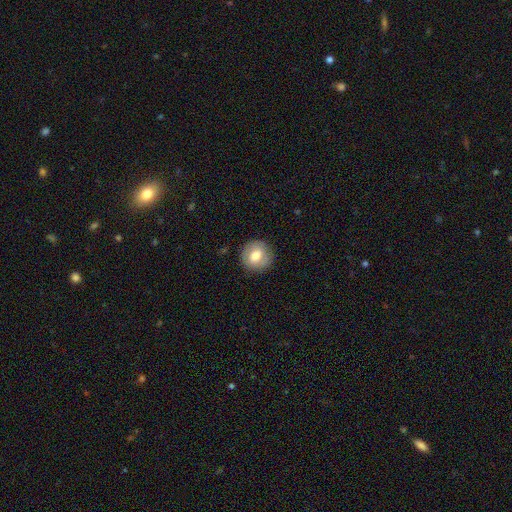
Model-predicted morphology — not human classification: smooth 71%, featured or disk 22%, star or artifact 8%. Down the decision tree: how rounded — round (87%); merging — none (87%).